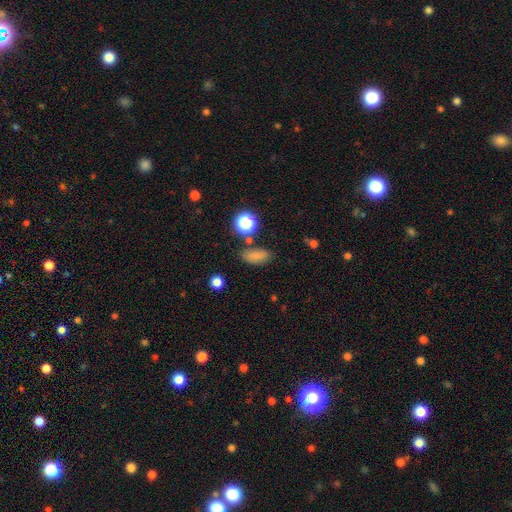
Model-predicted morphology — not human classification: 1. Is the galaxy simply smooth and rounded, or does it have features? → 79% smooth, 15% star or artifact, 7% featured or disk.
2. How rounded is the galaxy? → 84% in between, 9% round, 7% cigar-shaped.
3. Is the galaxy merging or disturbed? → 78% none, 13% minor disturbance, 5% merger, 4% major disturbance.